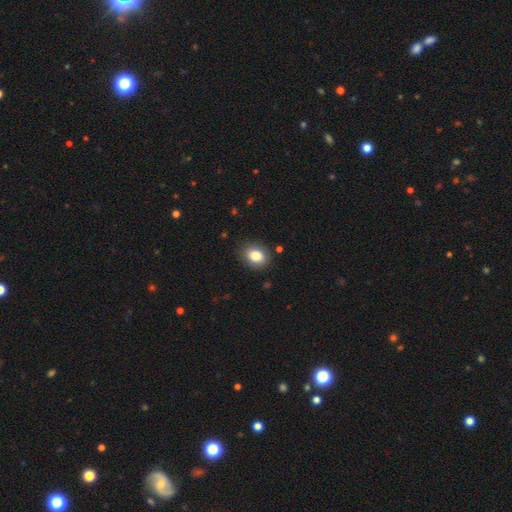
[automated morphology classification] Smooth or featured? Predicted: smooth (p=0.82). How rounded? Predicted: in between (p=0.58). Merging? Predicted: none (p=0.86).